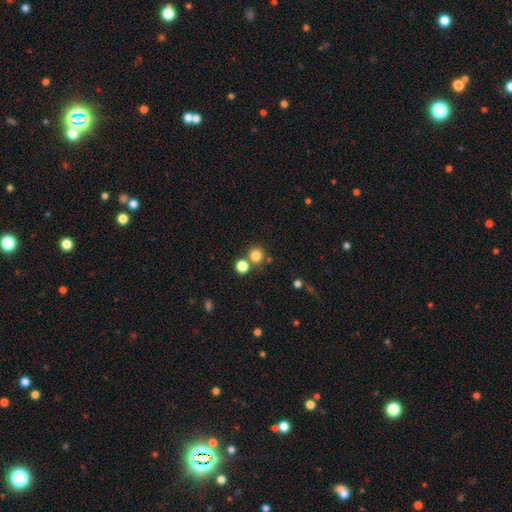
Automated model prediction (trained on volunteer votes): smooth-or-featured: smooth: 80% | star or artifact: 14% | featured or disk: 5%
  how-rounded: round: 91% | in between: 8% | cigar-shaped: 1%
  merging: none: 72% | merger: 18% | minor disturbance: 7% | major disturbance: 3%